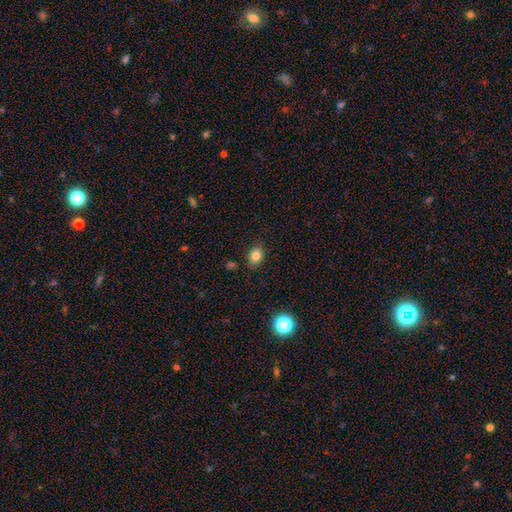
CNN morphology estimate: smooth 82%, star or artifact 11%, featured or disk 7%. Down the decision tree: how rounded — in between (58%); merging — none (84%).